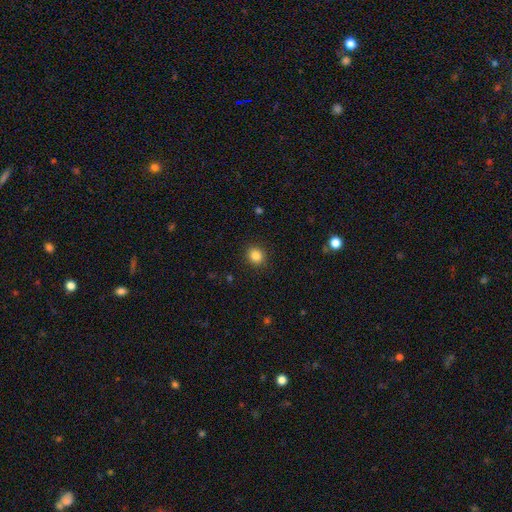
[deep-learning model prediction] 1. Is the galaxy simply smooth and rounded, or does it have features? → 84% smooth, 11% star or artifact, 5% featured or disk.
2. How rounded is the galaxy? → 82% round, 18% in between, 1% cigar-shaped.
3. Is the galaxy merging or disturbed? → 91% none, 6% minor disturbance, 2% major disturbance, 1% merger.